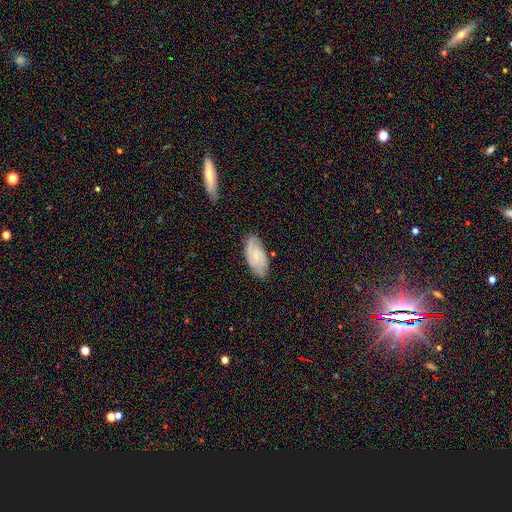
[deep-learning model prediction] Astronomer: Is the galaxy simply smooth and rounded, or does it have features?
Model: featured or disk — 67%.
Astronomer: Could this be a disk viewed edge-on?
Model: no — 94%.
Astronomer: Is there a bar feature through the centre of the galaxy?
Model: no — 60%.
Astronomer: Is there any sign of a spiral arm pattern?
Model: yes — 92%.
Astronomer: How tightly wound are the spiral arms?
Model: tight — 50% (runner-up: medium, 38%).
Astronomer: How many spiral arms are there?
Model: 2 — 58%.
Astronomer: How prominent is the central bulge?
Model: small — 72%.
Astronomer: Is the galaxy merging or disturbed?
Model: none — 80%.